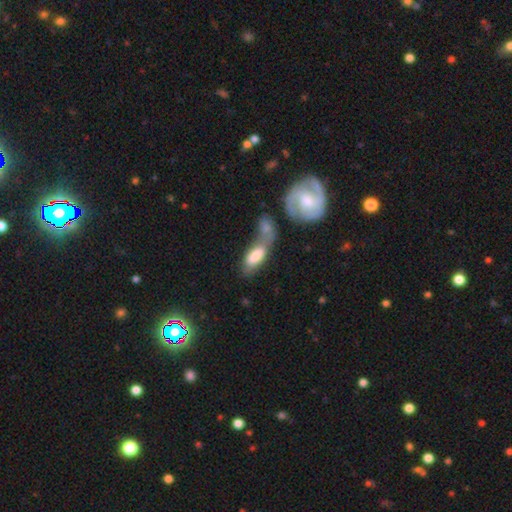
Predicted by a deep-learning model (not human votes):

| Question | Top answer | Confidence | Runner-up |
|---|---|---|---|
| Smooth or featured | smooth | 73% | featured or disk (20%) |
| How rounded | in between | 85% | cigar-shaped (12%) |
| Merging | merger | 61% | none (19%) |